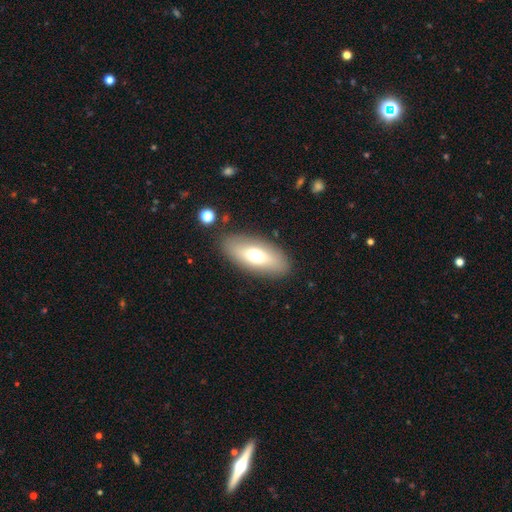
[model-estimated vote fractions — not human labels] The model was most divided on "smooth or featured": smooth: 65%, featured or disk: 27%, star or artifact: 8%. More confident: merging — none (85%); how rounded — in between (82%).